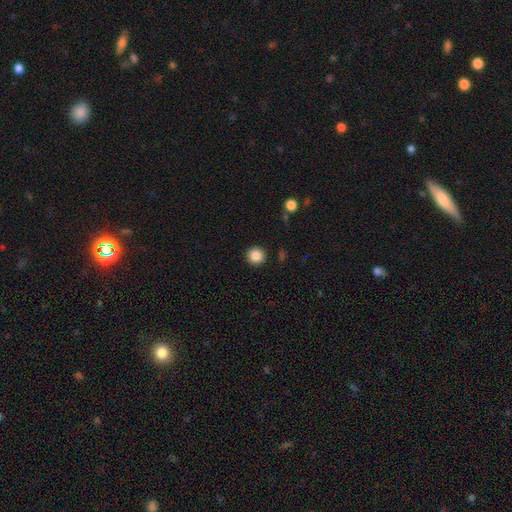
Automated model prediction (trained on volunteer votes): The model was most divided on "smooth or featured": smooth: 87%, star or artifact: 10%, featured or disk: 4%. More confident: how rounded — round (94%); merging — none (92%).